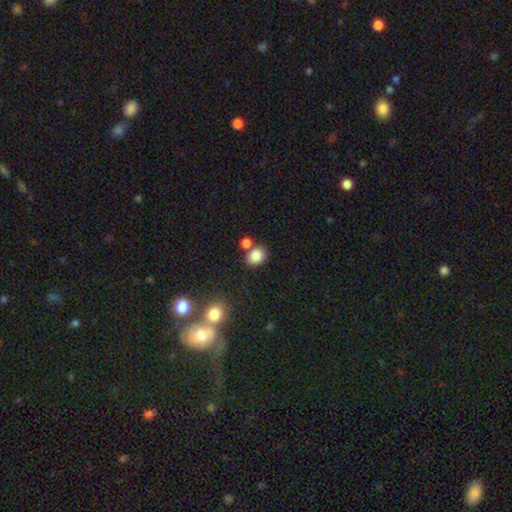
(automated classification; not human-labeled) The model was most divided on "how rounded": round: 51%, in between: 48%, cigar-shaped: 1%. More confident: smooth or featured — smooth (84%); merging — none (67%).